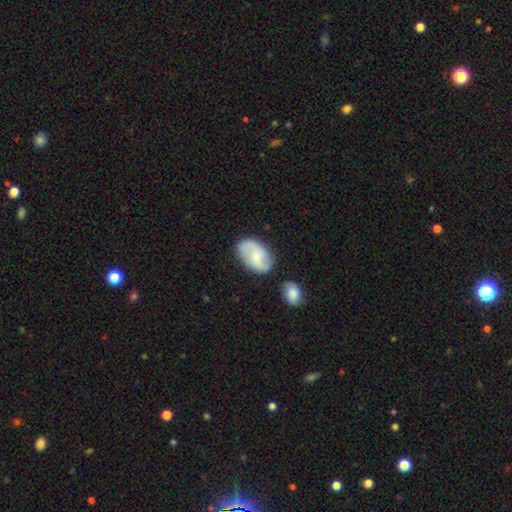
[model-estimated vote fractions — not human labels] Smooth or featured?
  - featured or disk: 52% *
  - smooth: 41%
  - star or artifact: 6%
Edge-on disk?
  - no: 96% *
  - yes: 4%
Bar?
  - no: 51% *
  - weak: 41%
  - strong: 8%
Spiral arms?
  - yes: 84% *
  - no: 16%
Bulge size?
  - small: 51% *
  - moderate: 40%
  - none: 5%
  - large: 3%
  - dominant: 1%
Merging?
  - none: 72% *
  - minor disturbance: 16%
  - merger: 8%
  - major disturbance: 4%